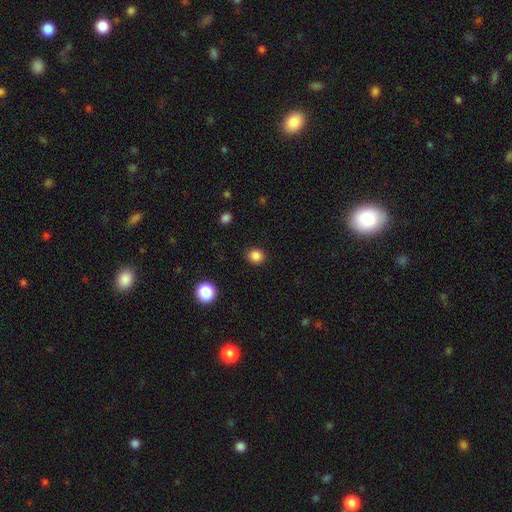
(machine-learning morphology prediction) type=smooth (85%); roundness=round (82%); merging=none (90%).